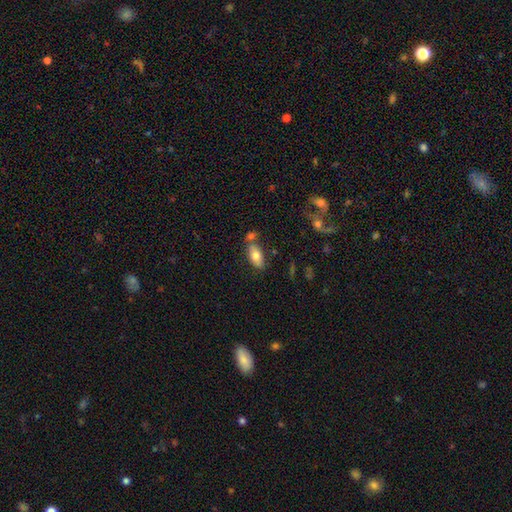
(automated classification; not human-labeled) smooth-or-featured: smooth: 77% | featured or disk: 16% | star or artifact: 7%
  how-rounded: in between: 89% | cigar-shaped: 7% | round: 3%
  merging: none: 63% | merger: 19% | minor disturbance: 14% | major disturbance: 4%